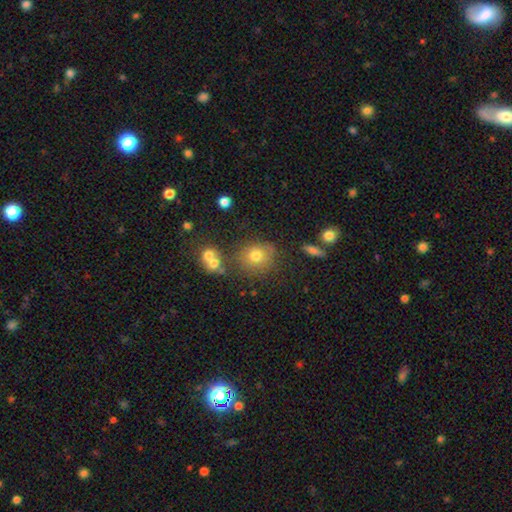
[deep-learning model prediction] smooth-or-featured: smooth: 74% | star or artifact: 14% | featured or disk: 12%
  how-rounded: round: 77% | in between: 21% | cigar-shaped: 1%
  merging: none: 71% | minor disturbance: 14% | merger: 10% | major disturbance: 5%